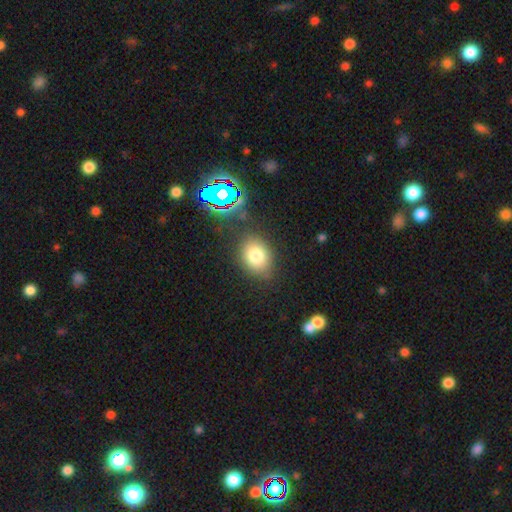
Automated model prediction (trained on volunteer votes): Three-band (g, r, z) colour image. It shows a smooth galaxy with no disk features (77%) that is in between round and cigar-shaped (61%). Merging: none (81%).